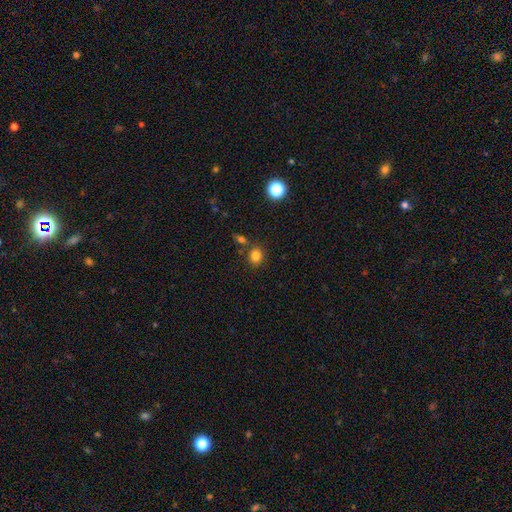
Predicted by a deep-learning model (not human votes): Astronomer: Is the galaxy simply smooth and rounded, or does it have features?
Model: smooth — 82%.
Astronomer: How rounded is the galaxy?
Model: round — 69%.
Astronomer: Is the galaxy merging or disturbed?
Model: none — 78%.